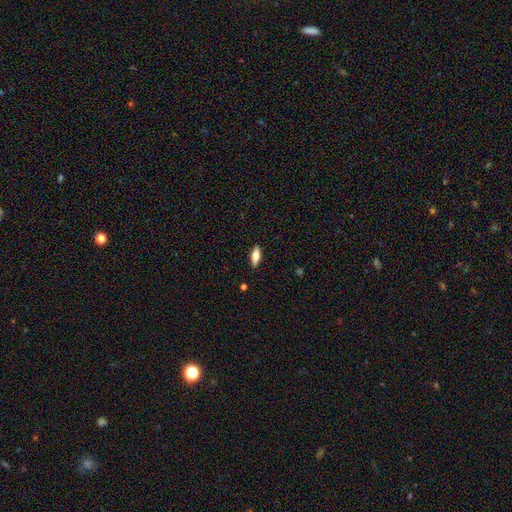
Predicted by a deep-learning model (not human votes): The model was most divided on "how rounded": in between: 68%, cigar-shaped: 29%, round: 3%. More confident: merging — none (88%); smooth or featured — smooth (67%).